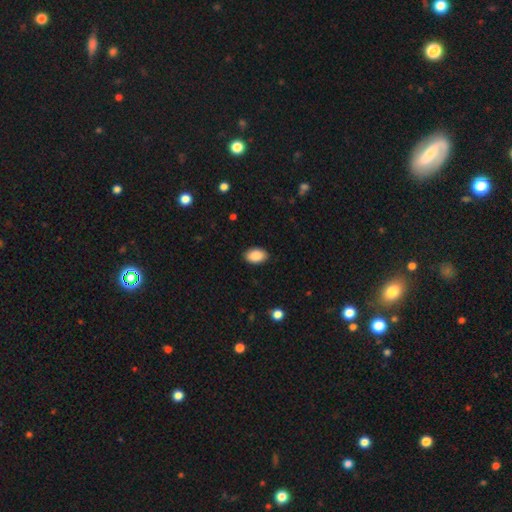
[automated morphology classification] smooth 90%, star or artifact 7%, featured or disk 3%. Down the decision tree: how rounded — in between (90%); merging — none (87%).